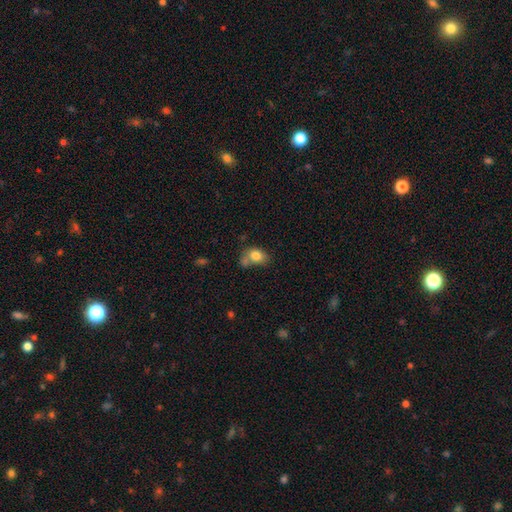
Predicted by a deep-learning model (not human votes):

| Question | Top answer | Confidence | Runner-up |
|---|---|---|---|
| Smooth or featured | smooth | 80% | featured or disk (12%) |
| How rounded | in between | 68% | round (31%) |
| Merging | none | 39% | merger (33%) |